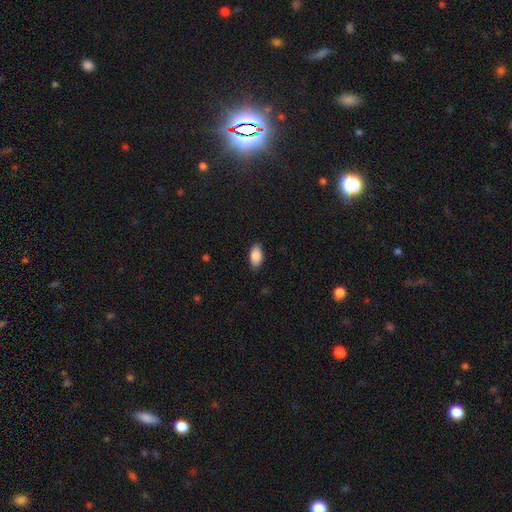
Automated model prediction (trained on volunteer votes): Morphology: type=smooth (88%); roundness=in between (93%); merging=none (87%).